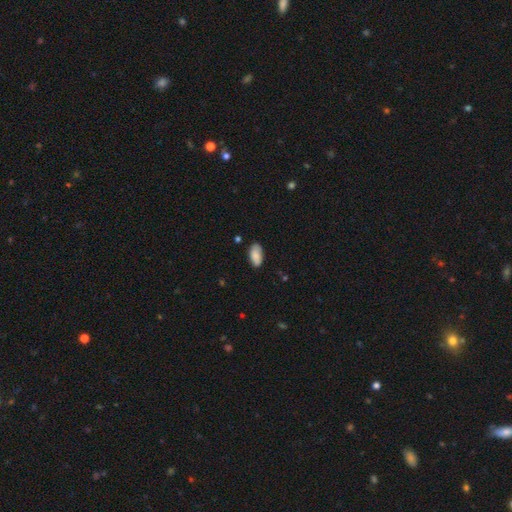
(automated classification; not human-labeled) smooth 86%, featured or disk 7%, star or artifact 7%. Down the decision tree: how rounded — in between (93%); merging — none (80%).